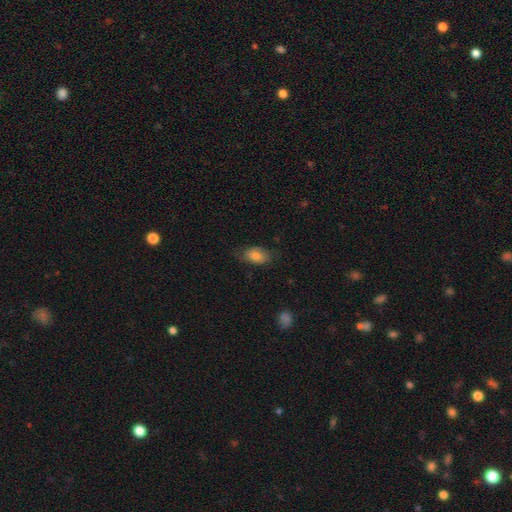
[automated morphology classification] Smooth or featured: smooth — 76% (featured or disk — 17%)
How rounded: in between — 86% (round — 12%)
Merging: none — 69% (minor disturbance — 23%)